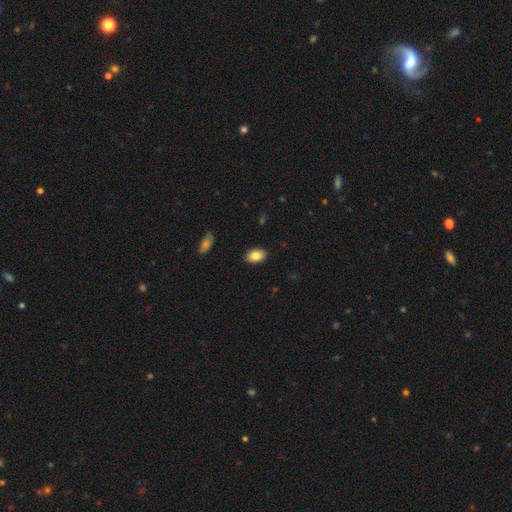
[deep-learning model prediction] Smooth or featured?
  - smooth: 84% *
  - featured or disk: 8%
  - star or artifact: 7%
How rounded?
  - in between: 90% *
  - round: 9%
  - cigar-shaped: 1%
Merging?
  - none: 89% *
  - minor disturbance: 8%
  - major disturbance: 2%
  - merger: 1%